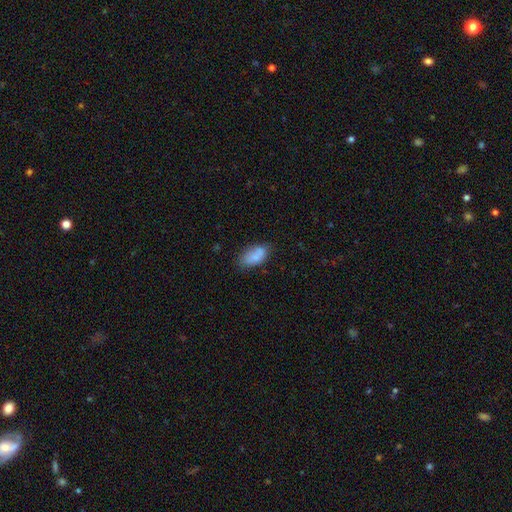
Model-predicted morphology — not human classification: type=smooth (77%); roundness=in between (91%); merging=none (59%).